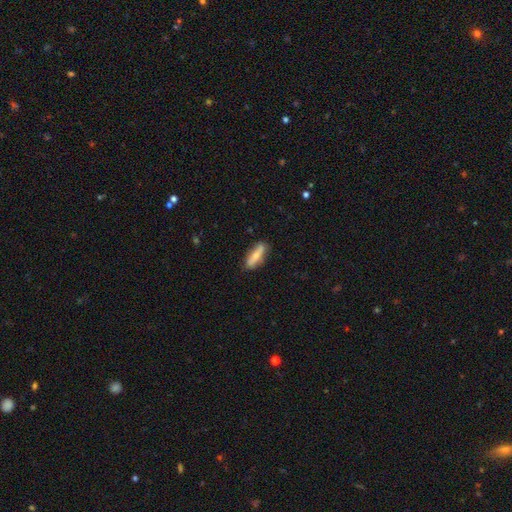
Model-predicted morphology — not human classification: Smooth or featured?
  - smooth: 59% *
  - featured or disk: 35%
  - star or artifact: 6%
How rounded?
  - cigar-shaped: 53% *
  - in between: 45%
  - round: 3%
Merging?
  - none: 80% *
  - minor disturbance: 15%
  - major disturbance: 3%
  - merger: 2%